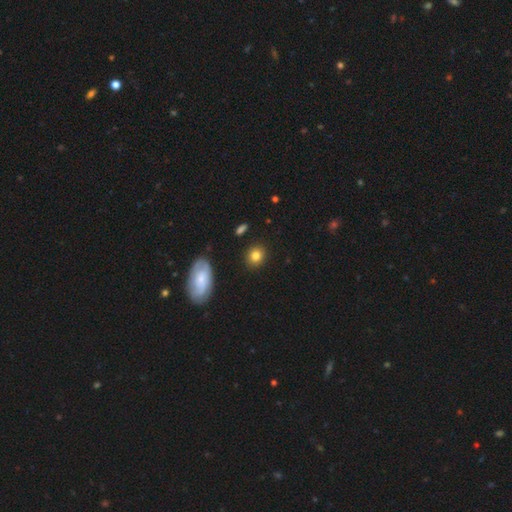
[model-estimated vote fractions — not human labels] A smooth galaxy with no disk features (82%) that is round (79%).

Vote fractions:
- Smooth or featured? smooth: 82% / star or artifact: 10% / featured or disk: 9%
- How rounded? round: 79% / in between: 19% / cigar-shaped: 1%
- Merging? none: 87% / minor disturbance: 8% / major disturbance: 2% / merger: 2%